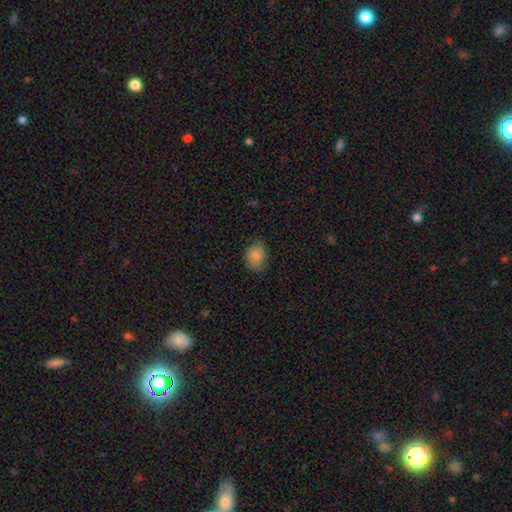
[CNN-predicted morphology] Overall: smooth (83%). How rounded: in between (55%; round 44%). Merging: none (76%).